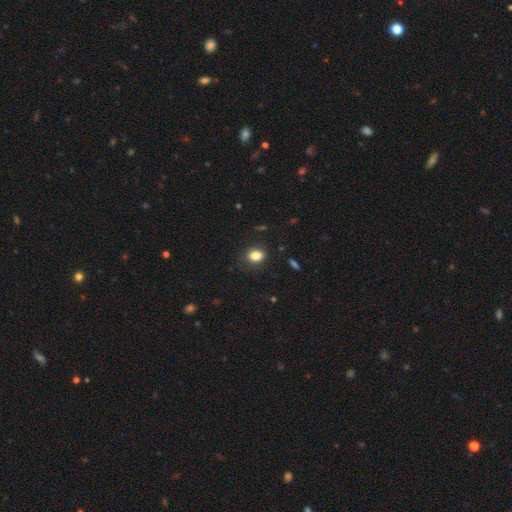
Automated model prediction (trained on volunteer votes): The model was most divided on "how rounded": in between: 61%, round: 38%, cigar-shaped: 1%. More confident: smooth or featured — smooth (84%); merging — none (78%).